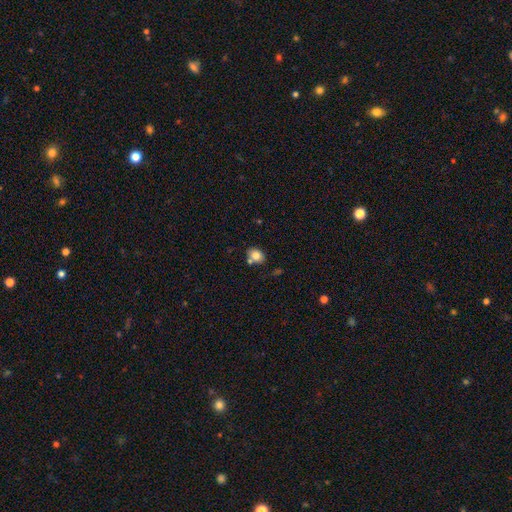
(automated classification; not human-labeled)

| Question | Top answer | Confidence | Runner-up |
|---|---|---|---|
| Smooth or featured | smooth | 81% | featured or disk (10%) |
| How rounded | in between | 60% | round (39%) |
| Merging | none | 66% | merger (16%) |